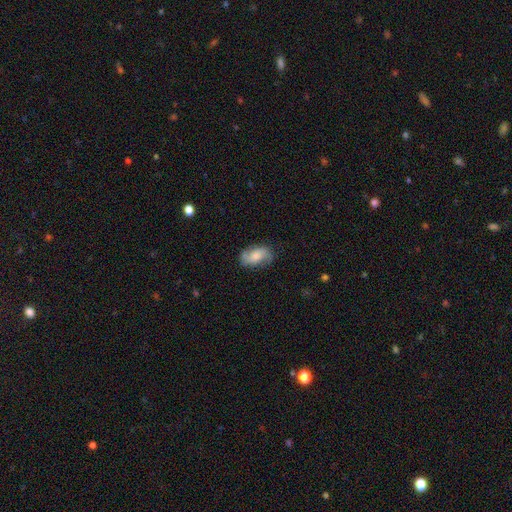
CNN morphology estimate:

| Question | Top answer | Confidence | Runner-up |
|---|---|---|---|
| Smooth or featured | featured or disk | 51% | smooth (41%) |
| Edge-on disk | no | 96% | yes (4%) |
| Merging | none | 74% | minor disturbance (19%) |